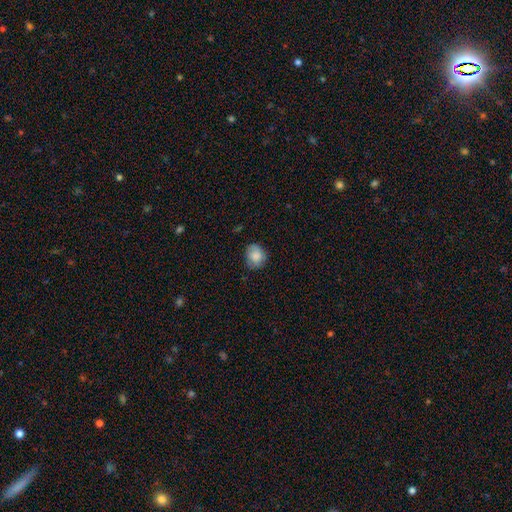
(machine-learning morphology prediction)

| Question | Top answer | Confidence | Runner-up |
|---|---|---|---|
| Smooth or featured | smooth | 82% | featured or disk (10%) |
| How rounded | round | 61% | in between (38%) |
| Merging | none | 69% | minor disturbance (25%) |